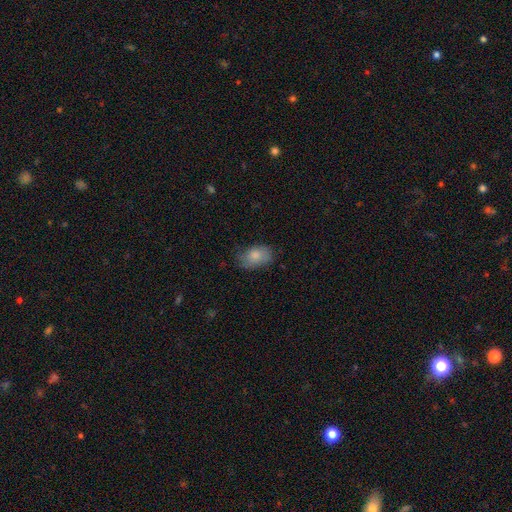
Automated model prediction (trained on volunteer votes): smooth_or_featured: smooth (p=0.80) [alt: featured or disk p=0.13]
how_rounded: in between (p=0.87) [alt: round p=0.11]
merging: none (p=0.64) [alt: minor disturbance p=0.27]